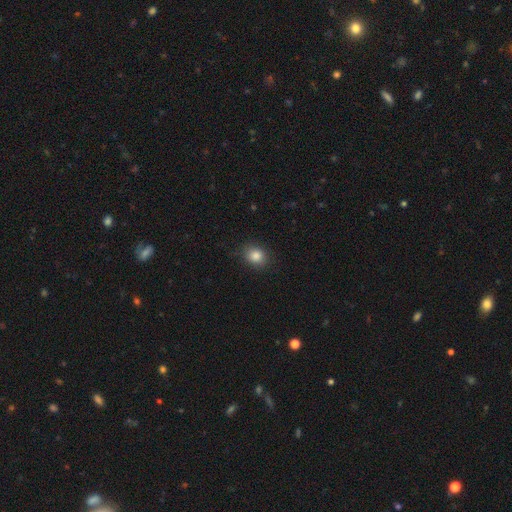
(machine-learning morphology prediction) smooth 84%, star or artifact 11%, featured or disk 5%. Down the decision tree: how rounded — round (66%); merging — none (85%).